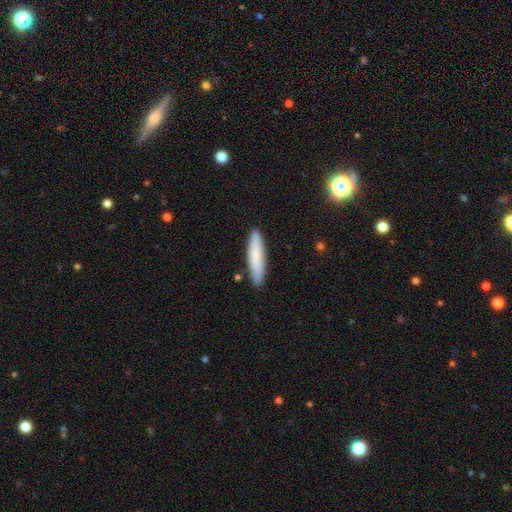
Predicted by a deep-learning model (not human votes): smooth_or_featured: smooth (p=0.81) [alt: featured or disk p=0.13]
how_rounded: cigar-shaped (p=0.81) [alt: in between p=0.18]
merging: none (p=0.88) [alt: minor disturbance p=0.09]